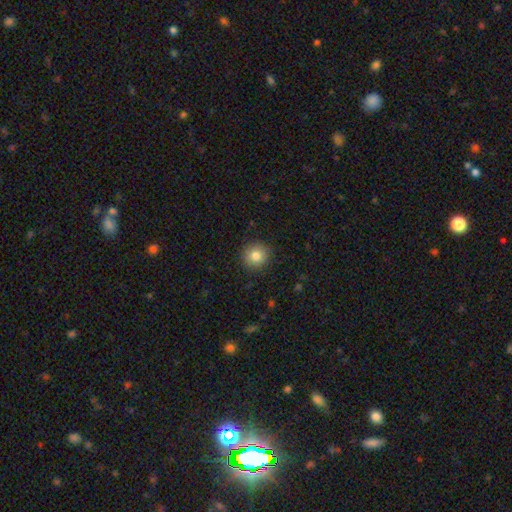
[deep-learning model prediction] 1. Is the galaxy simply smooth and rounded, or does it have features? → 82% smooth, 10% star or artifact, 8% featured or disk.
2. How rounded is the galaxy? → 93% round, 6% in between, 1% cigar-shaped.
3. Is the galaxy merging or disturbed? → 91% none, 6% minor disturbance, 2% major disturbance, 1% merger.